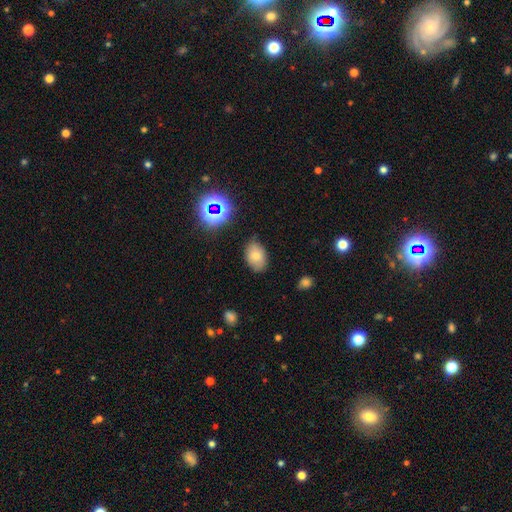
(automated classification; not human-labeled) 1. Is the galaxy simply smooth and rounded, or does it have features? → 74% smooth, 14% featured or disk, 13% star or artifact.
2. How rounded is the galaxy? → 86% in between, 13% round, 1% cigar-shaped.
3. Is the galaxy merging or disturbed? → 75% none, 19% minor disturbance, 4% major disturbance, 2% merger.